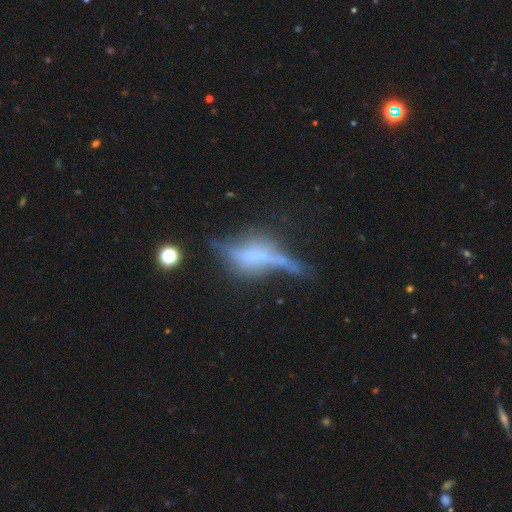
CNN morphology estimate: Smooth or featured: featured or disk — 68% (smooth — 21%)
Edge-on disk: yes — 76% (no — 24%)
Edge-on bulge: rounded — 47% (boxy — 34%)
Merging: none — 42% (minor disturbance — 24%)